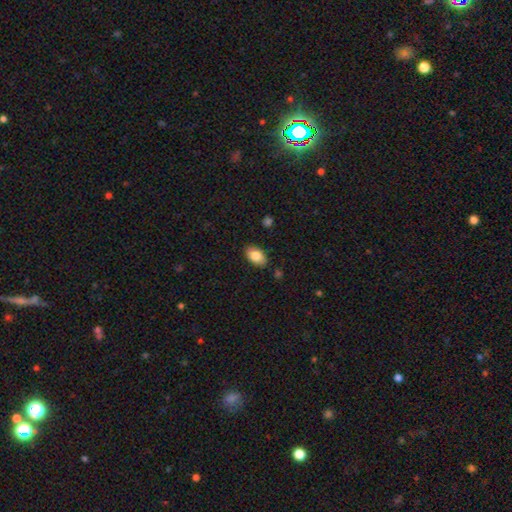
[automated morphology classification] type=smooth (83%); roundness=in between (93%); merging=none (86%).